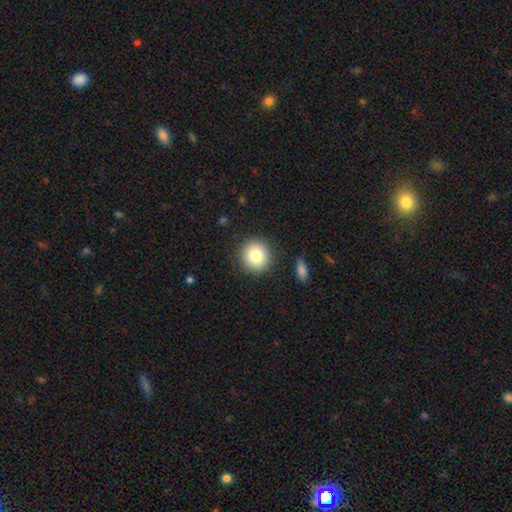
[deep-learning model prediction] A smooth galaxy with no disk features (81%) that is round (93%).

Vote fractions:
- Smooth or featured? smooth: 81% / star or artifact: 9% / featured or disk: 9%
- How rounded? round: 93% / in between: 6% / cigar-shaped: 1%
- Merging? none: 89% / minor disturbance: 7% / major disturbance: 2% / merger: 2%